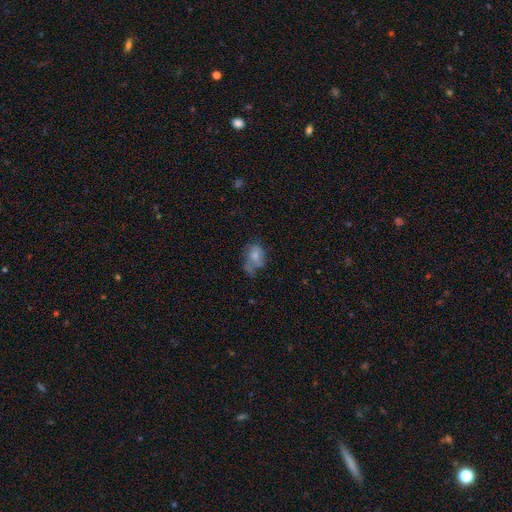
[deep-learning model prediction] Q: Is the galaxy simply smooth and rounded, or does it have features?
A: smooth — 56%.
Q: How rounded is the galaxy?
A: in between — 75%.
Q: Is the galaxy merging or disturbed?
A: major disturbance — 34%.